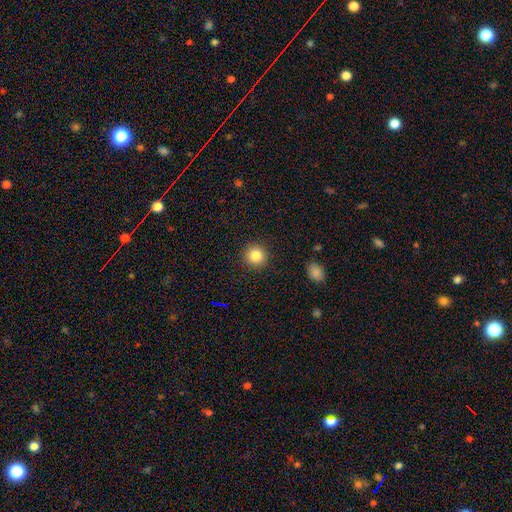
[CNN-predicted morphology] smooth 83%, star or artifact 11%, featured or disk 6%. Down the decision tree: how rounded — round (93%); merging — none (91%).